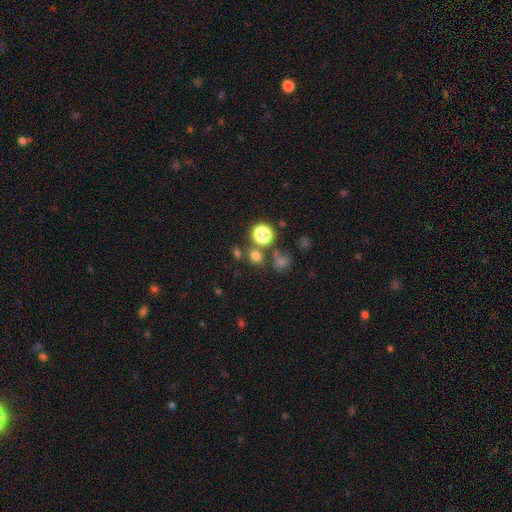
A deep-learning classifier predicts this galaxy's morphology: The model was most divided on "smooth or featured": smooth: 68%, star or artifact: 26%, featured or disk: 6%. More confident: how rounded — round (77%); merging — none (73%).